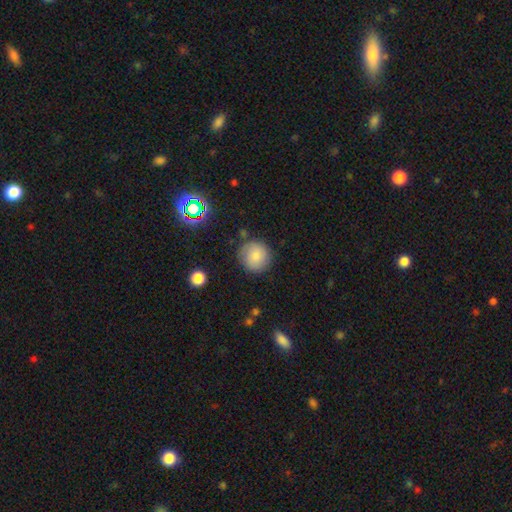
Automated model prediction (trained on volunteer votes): Q: Smooth or featured?
A: smooth (80%); runner-up: featured or disk (10%)
Q: How rounded?
A: round (94%); runner-up: in between (5%)
Q: Merging?
A: none (83%); runner-up: minor disturbance (12%)